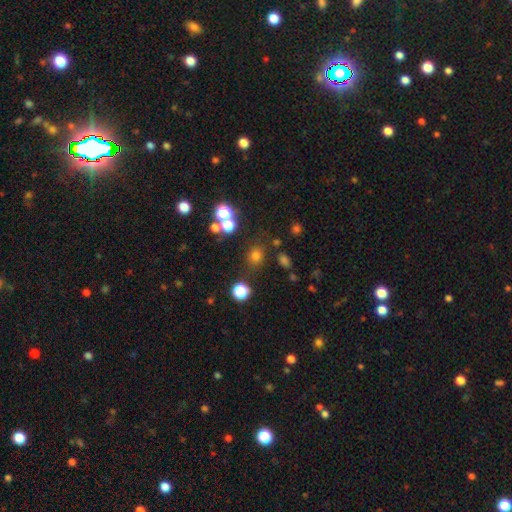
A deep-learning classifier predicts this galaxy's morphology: Smooth or featured? Predicted: smooth (p=0.69). How rounded? Predicted: round (p=0.77). Merging? Predicted: none (p=0.78).